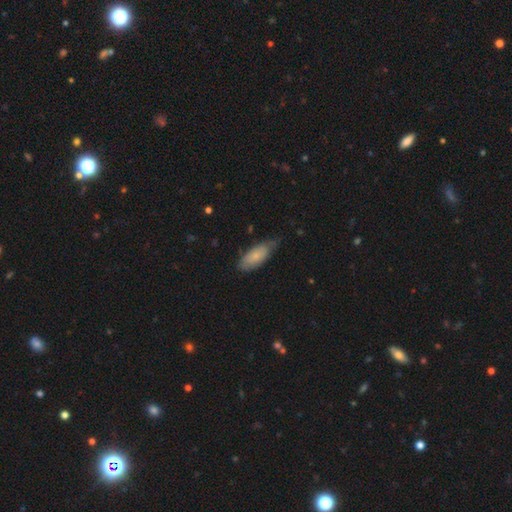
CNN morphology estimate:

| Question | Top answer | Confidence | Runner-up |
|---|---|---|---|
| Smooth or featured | smooth | 74% | featured or disk (20%) |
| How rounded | in between | 82% | cigar-shaped (16%) |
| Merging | none | 54% | minor disturbance (38%) |